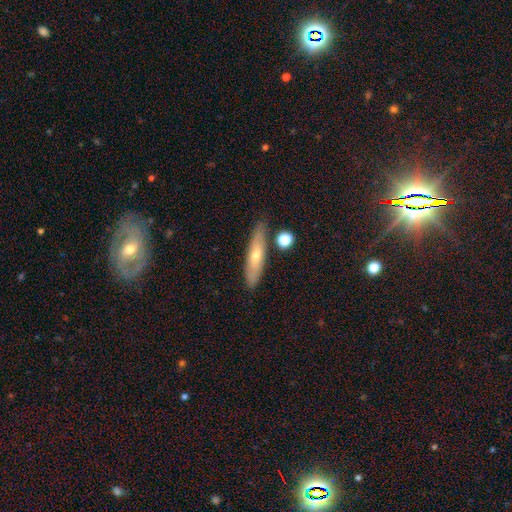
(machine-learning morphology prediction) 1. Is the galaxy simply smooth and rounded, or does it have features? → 54% smooth, 39% featured or disk, 7% star or artifact.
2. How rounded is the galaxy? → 77% cigar-shaped, 21% in between, 2% round.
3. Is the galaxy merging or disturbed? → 81% none, 12% minor disturbance, 5% merger, 3% major disturbance.